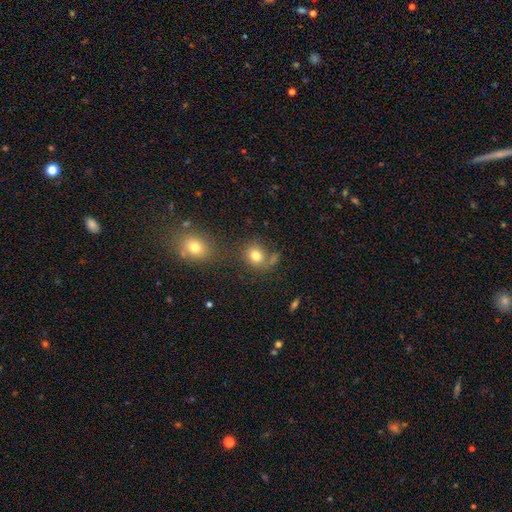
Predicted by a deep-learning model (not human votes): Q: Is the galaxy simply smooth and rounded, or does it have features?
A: smooth — 78%.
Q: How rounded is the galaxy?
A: round — 76%.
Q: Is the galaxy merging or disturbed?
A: none — 64%.